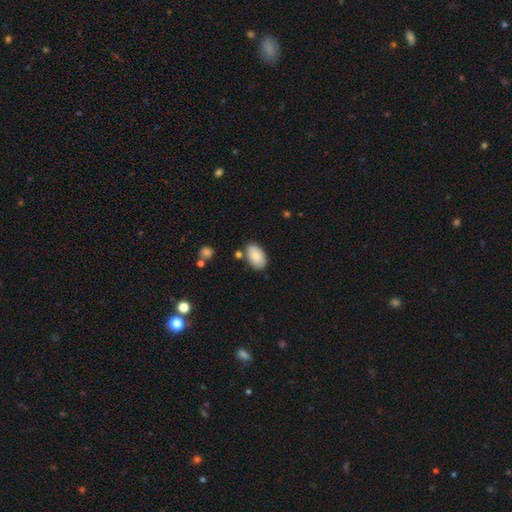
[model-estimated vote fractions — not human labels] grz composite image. It shows a smooth galaxy with no disk features (84%) that is in between round and cigar-shaped (94%). Merging: none (77%).